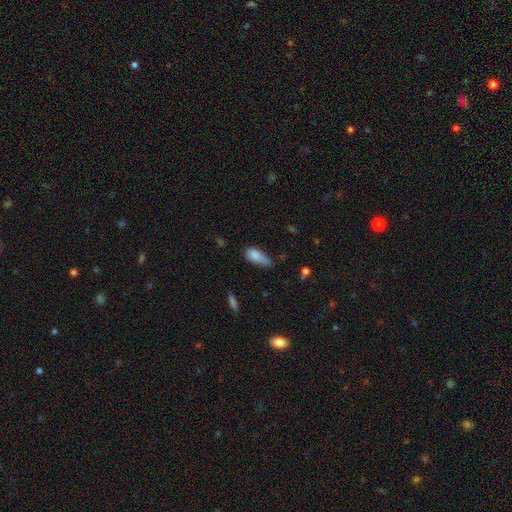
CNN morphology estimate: type=smooth (81%); roundness=in between (78%); merging=minor disturbance (46%).